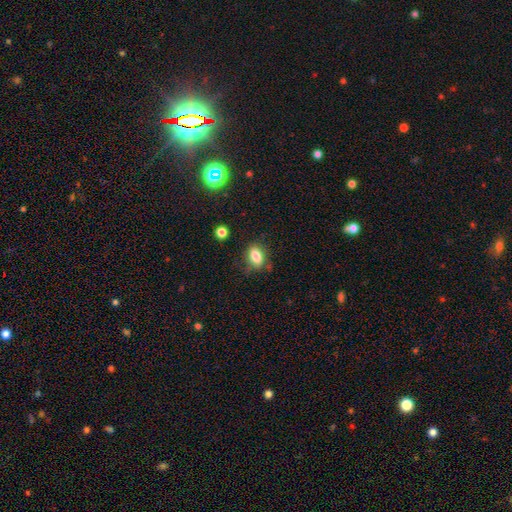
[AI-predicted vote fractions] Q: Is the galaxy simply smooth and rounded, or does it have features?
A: smooth — 80%.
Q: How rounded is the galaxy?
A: in between — 83%.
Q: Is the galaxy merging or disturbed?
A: none — 69%.